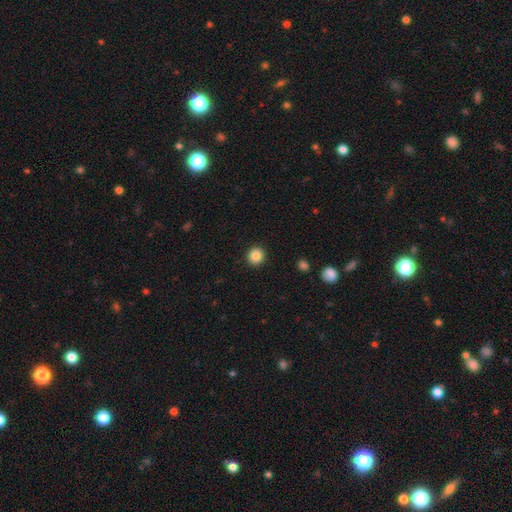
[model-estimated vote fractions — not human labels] smooth 86%, star or artifact 10%, featured or disk 4%. Down the decision tree: how rounded — round (94%); merging — none (93%).